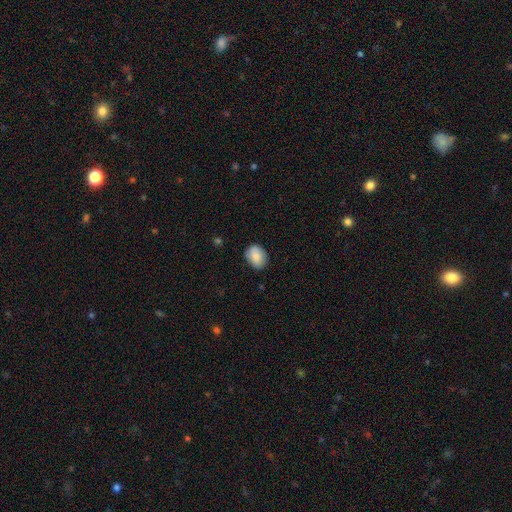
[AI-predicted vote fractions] A smooth galaxy with no disk features (84%) that is in between round and cigar-shaped (70%). Merging: none (78%).